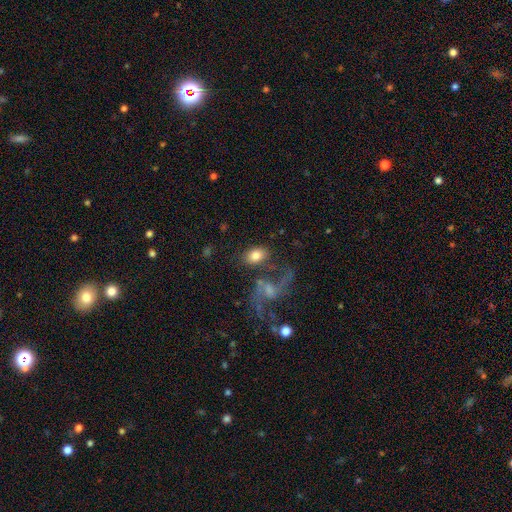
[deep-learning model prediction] Smooth or featured? Predicted: smooth (p=0.74). How rounded? Predicted: in between (p=0.81). Merging? Predicted: none (p=0.59).